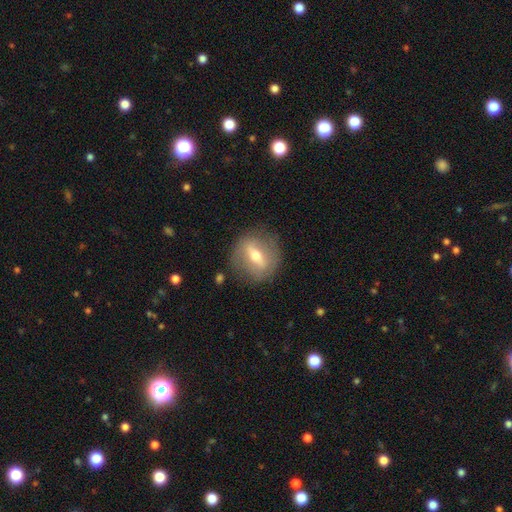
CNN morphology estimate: The model was most divided on "smooth or featured": featured or disk: 62%, smooth: 31%, star or artifact: 8%. More confident: merging — none (82%); edge-on disk — no (67%).